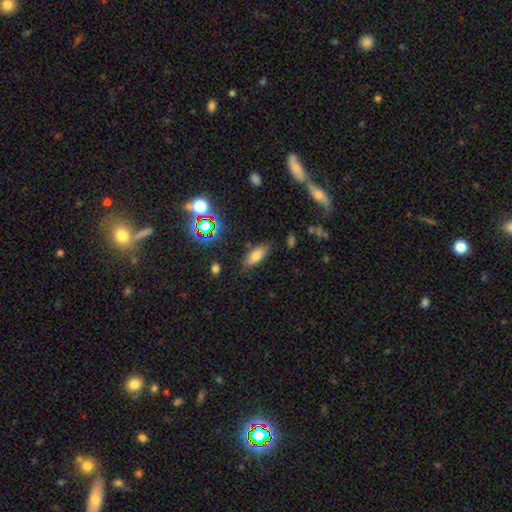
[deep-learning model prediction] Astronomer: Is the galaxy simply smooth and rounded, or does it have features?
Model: smooth — 71%.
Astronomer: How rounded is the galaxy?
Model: in between — 78%.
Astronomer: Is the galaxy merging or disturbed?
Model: none — 80%.